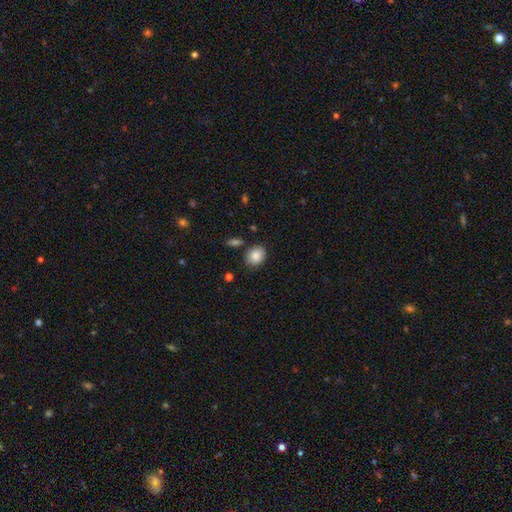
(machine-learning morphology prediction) Smooth or featured? smooth (87%)
How rounded? round (53%)
Merging? none (81%)